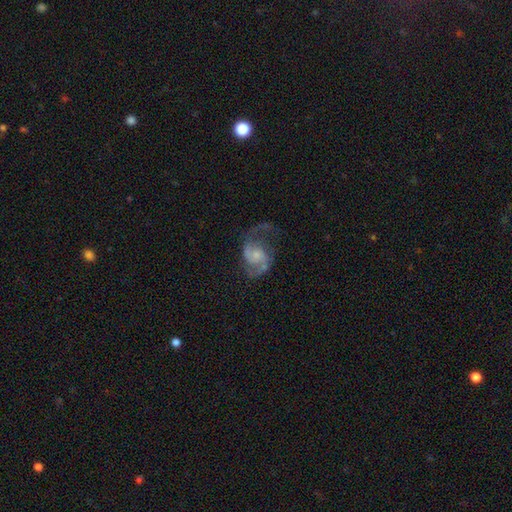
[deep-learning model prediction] Morphology: type=featured or disk (84%); edge-on=no (98%); bar=no (63%); spiral arms=yes (94%); winding=medium (47%); arm count=2 (87%); bulge=small (57%); merging=none (54%).